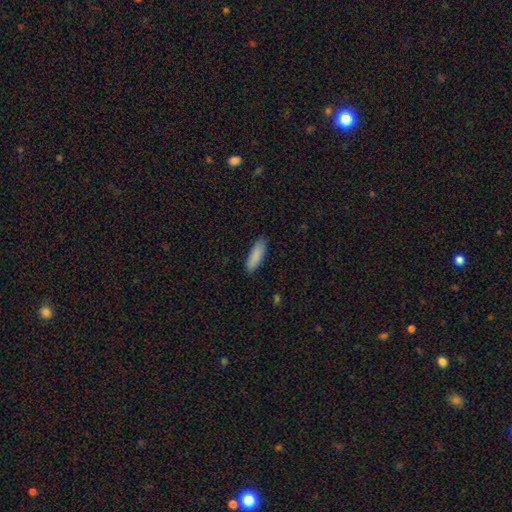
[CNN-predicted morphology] Smooth or featured: smooth — 88% (featured or disk — 6%)
How rounded: in between — 51% (cigar-shaped — 48%)
Merging: none — 86% (minor disturbance — 11%)